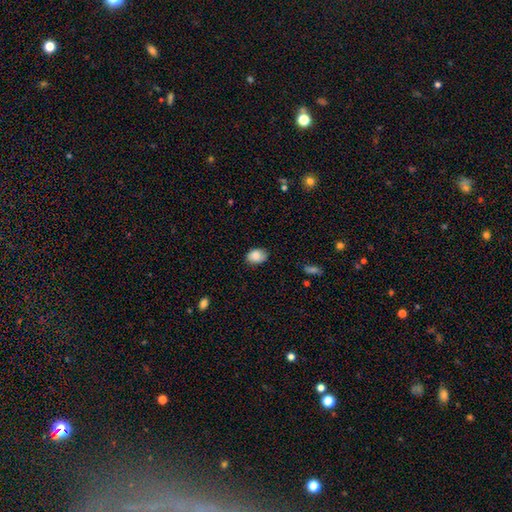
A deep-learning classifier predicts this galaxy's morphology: smooth_or_featured: smooth (p=0.84) [alt: featured or disk p=0.08]
how_rounded: in between (p=0.78) [alt: round p=0.20]
merging: none (p=0.80) [alt: minor disturbance p=0.16]